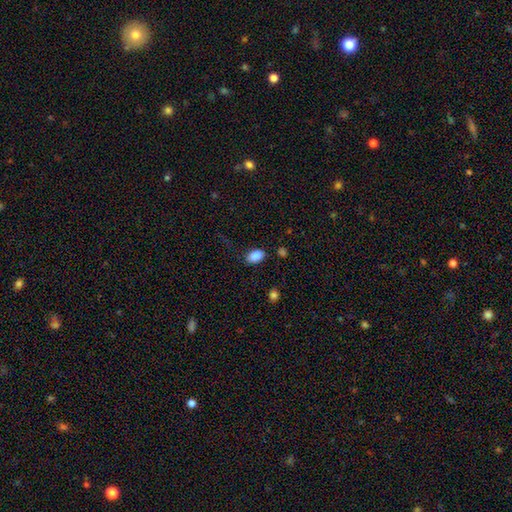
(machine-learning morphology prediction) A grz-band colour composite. It shows a smooth galaxy with no disk features (88%) that is in between round and cigar-shaped (89%). Merging: none (80%).